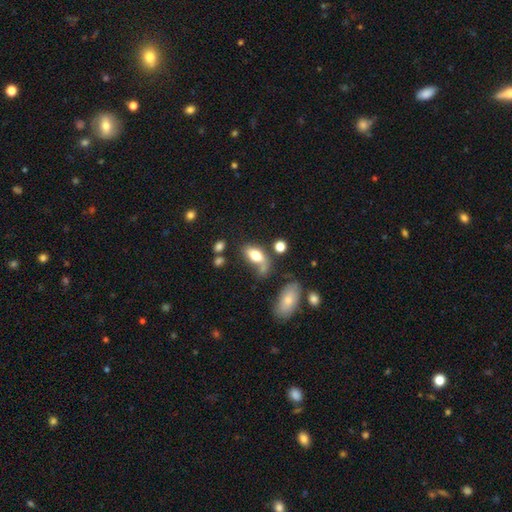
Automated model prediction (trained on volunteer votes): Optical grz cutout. It shows a smooth galaxy with no disk features (75%) that is in between round and cigar-shaped (87%). Merging: none (40%).